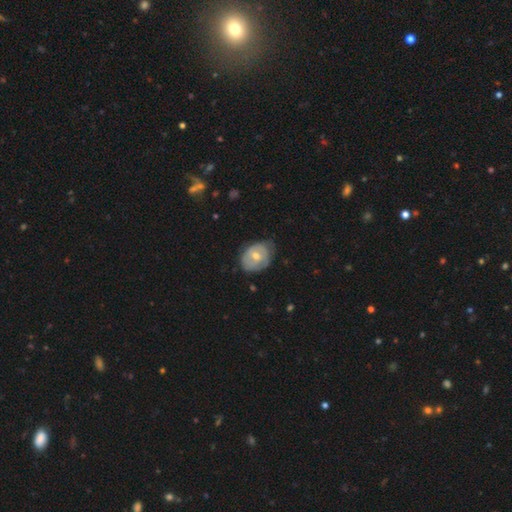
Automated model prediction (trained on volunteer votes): Smooth or featured? featured or disk (52%)
Edge-on disk? no (95%)
Merging? none (63%)